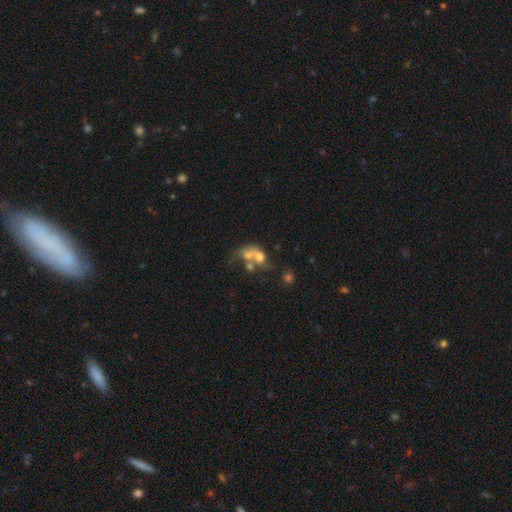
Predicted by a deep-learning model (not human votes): Q: Smooth or featured?
A: smooth (49%); runner-up: featured or disk (38%)
Q: Merging?
A: merger (66%); runner-up: major disturbance (14%)